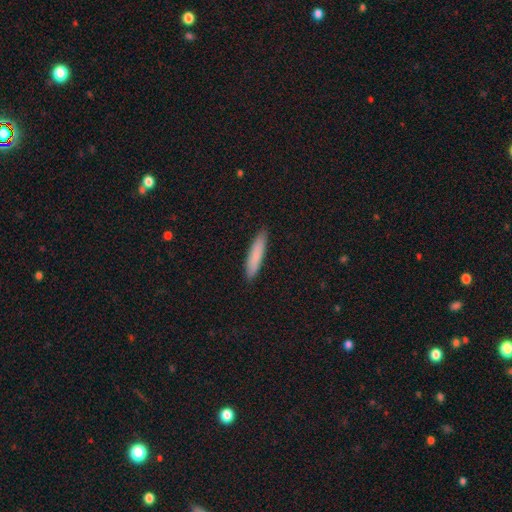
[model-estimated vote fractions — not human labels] smooth_or_featured: smooth (p=0.82) [alt: featured or disk p=0.12]
how_rounded: cigar-shaped (p=0.88) [alt: in between p=0.10]
merging: none (p=0.90) [alt: minor disturbance p=0.07]